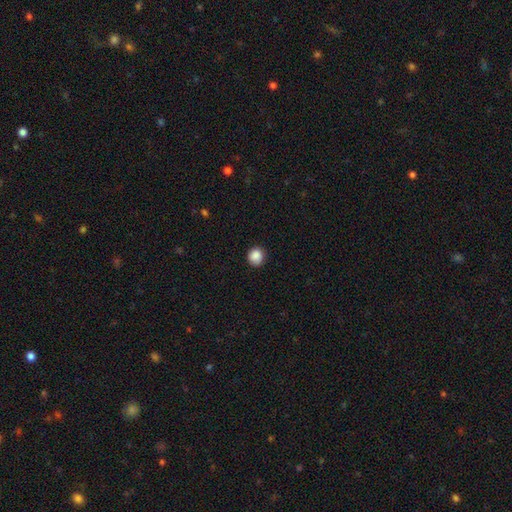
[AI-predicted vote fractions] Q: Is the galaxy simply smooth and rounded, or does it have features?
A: smooth — 88%.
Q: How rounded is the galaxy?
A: round — 86%.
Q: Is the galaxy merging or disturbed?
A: none — 86%.